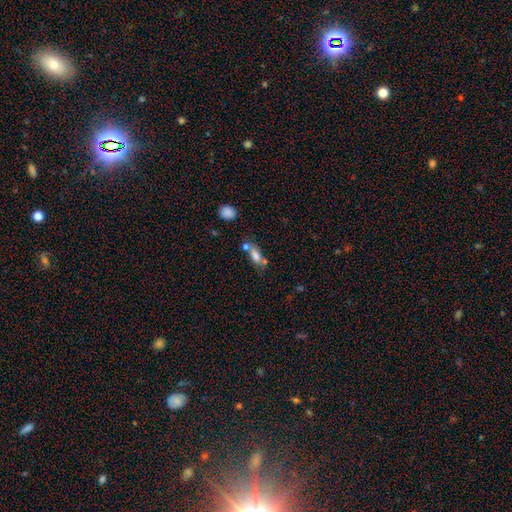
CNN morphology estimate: Smooth or featured: smooth — 70% (featured or disk — 20%)
How rounded: in between — 72% (cigar-shaped — 22%)
Merging: none — 44% (merger — 32%)